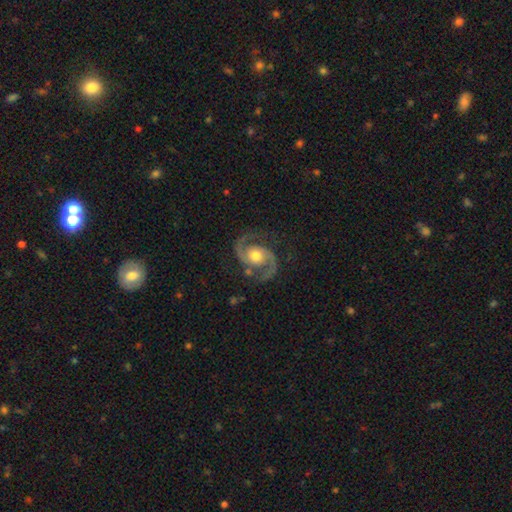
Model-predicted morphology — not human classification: A featured or disk galaxy (93%) with no bar (70%), 2 (95%) medium (62%) spiral arms (98%) and a moderate central bulge (73%).

Vote fractions:
- Smooth or featured? featured or disk: 93% / star or artifact: 4% / smooth: 3%
- Edge-on disk? no: 98% / yes: 2%
- Bar? no: 70% / weak: 23% / strong: 7%
- Spiral arms? yes: 98% / no: 2%
- Spiral winding? medium: 62% / tight: 22% / loose: 16%
- Spiral arm count? 2: 95% / can't tell: 1% / 3: 1% / 1: 1% / 4: 1% / more than 4: 1%
- Bulge size? moderate: 73% / small: 12% / large: 12% / none: 1% / dominant: 1%
- Merging? none: 80% / minor disturbance: 13% / major disturbance: 5% / merger: 2%